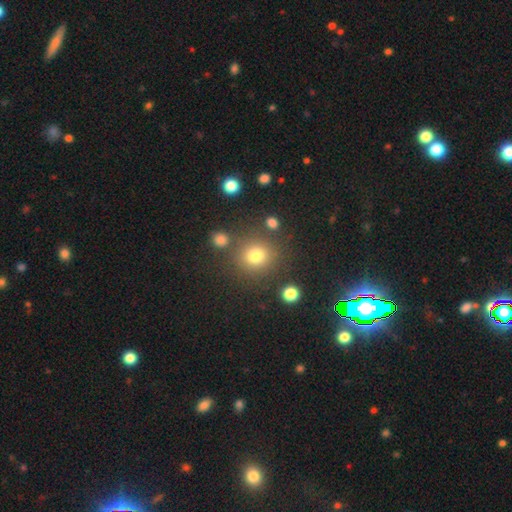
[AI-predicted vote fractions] A smooth galaxy with no disk features (77%) that is round (90%). Merging: none (81%).